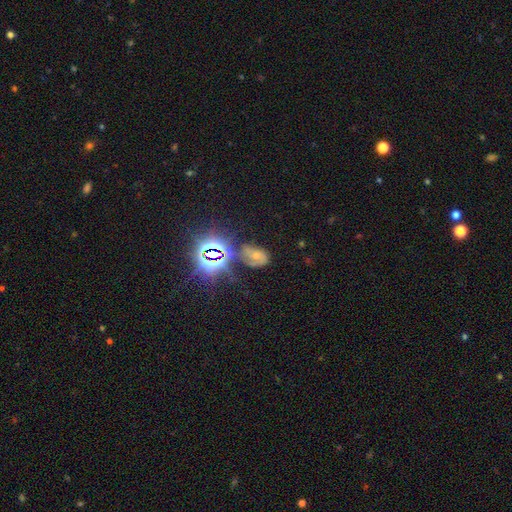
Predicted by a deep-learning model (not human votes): Q: Smooth or featured?
A: featured or disk (36%); runner-up: star or artifact (35%)
Q: Merging?
A: none (43%); runner-up: minor disturbance (26%)